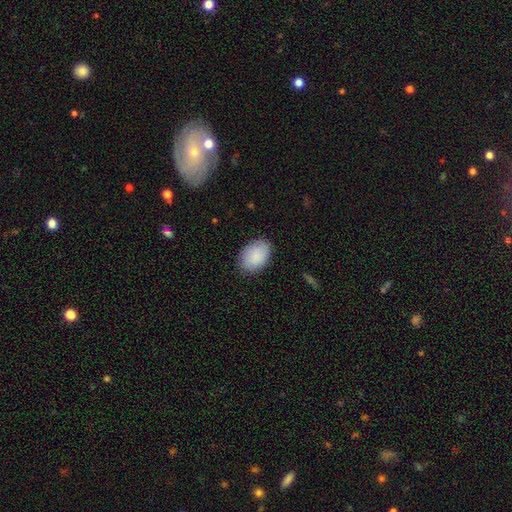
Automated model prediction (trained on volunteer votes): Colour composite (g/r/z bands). It shows a smooth galaxy with no disk features (87%) that is in between round and cigar-shaped (88%). Merging: none (84%).